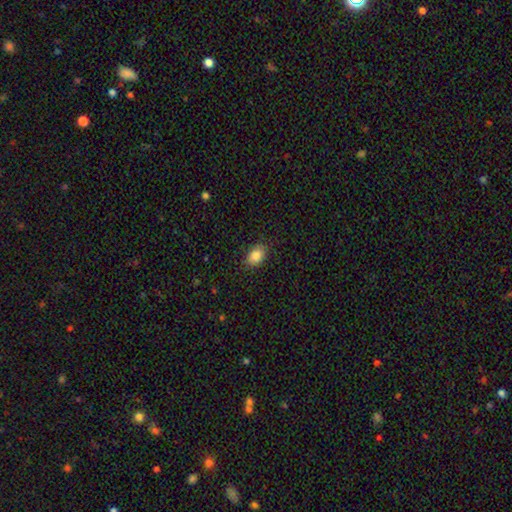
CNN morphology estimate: This is clearly a smooth galaxy (86%). How rounded: clearly in between (82%). Merging: clearly none (85%).